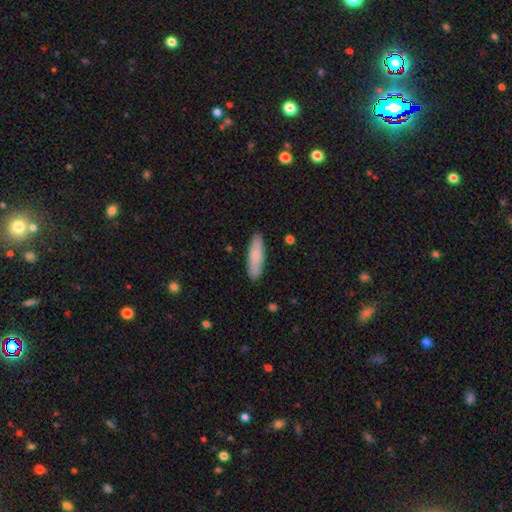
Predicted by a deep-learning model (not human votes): A smooth galaxy with no disk features (80%) that is cigar-shaped (60%). Merging: none (88%).